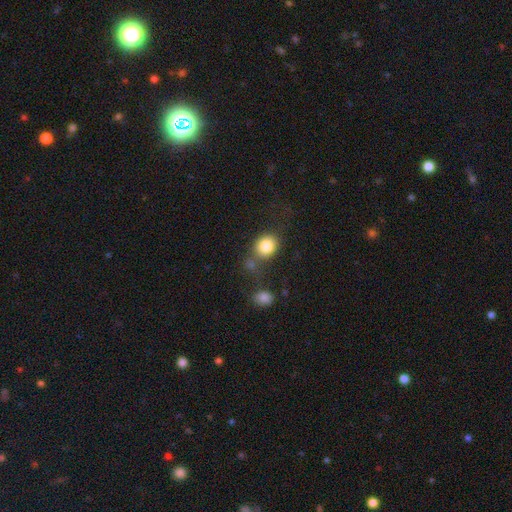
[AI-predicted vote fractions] smooth-or-featured: smooth: 44% | star or artifact: 38% | featured or disk: 18%
  merging: none: 50% | merger: 28% | minor disturbance: 12% | major disturbance: 10%